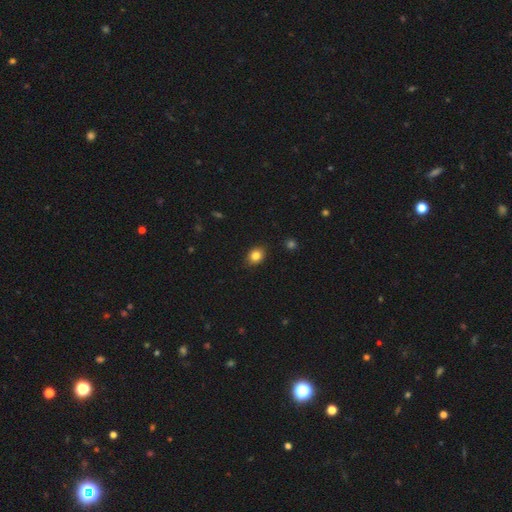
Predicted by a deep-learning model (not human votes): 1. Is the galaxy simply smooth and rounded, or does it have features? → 83% smooth, 11% star or artifact, 7% featured or disk.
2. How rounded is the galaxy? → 51% in between, 48% round, 1% cigar-shaped.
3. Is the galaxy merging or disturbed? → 87% none, 10% minor disturbance, 2% major disturbance, 1% merger.